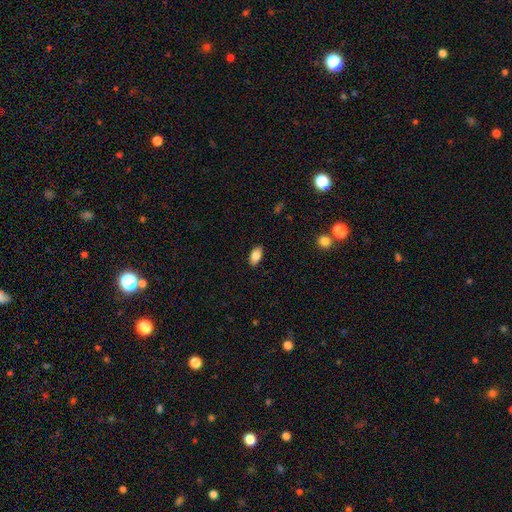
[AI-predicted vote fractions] A smooth galaxy with no disk features (83%) that is in between round and cigar-shaped (90%). Merging: none (86%).